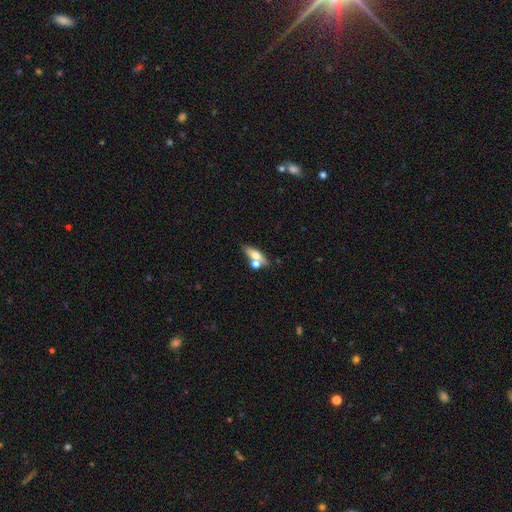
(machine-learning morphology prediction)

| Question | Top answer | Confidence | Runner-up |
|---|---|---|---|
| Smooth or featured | smooth | 60% | featured or disk (32%) |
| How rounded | in between | 57% | cigar-shaped (36%) |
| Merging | none | 53% | merger (30%) |